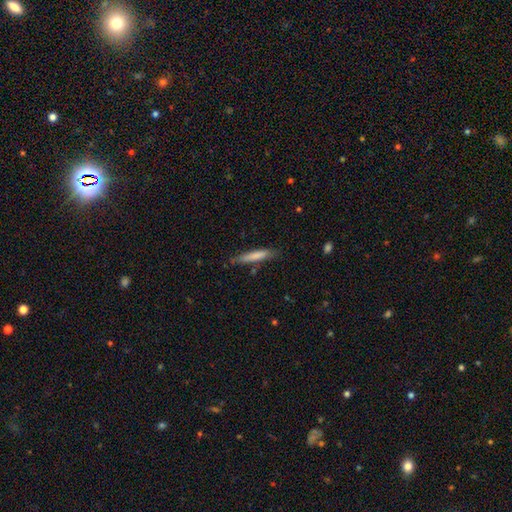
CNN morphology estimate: Smooth or featured?
  - smooth: 75% *
  - featured or disk: 19%
  - star or artifact: 6%
How rounded?
  - cigar-shaped: 91% *
  - in between: 8%
  - round: 1%
Merging?
  - none: 75% *
  - minor disturbance: 18%
  - major disturbance: 3%
  - merger: 3%